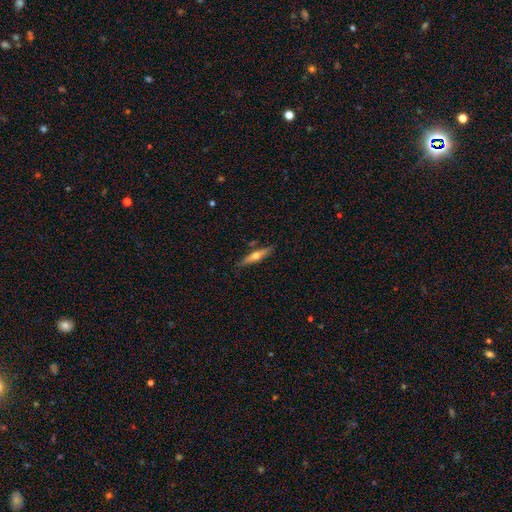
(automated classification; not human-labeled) Smooth or featured: featured or disk — 54% (smooth — 40%)
Edge-on disk: yes — 94% (no — 6%)
Edge-on bulge: rounded — 90% (none — 6%)
Merging: none — 84% (minor disturbance — 11%)